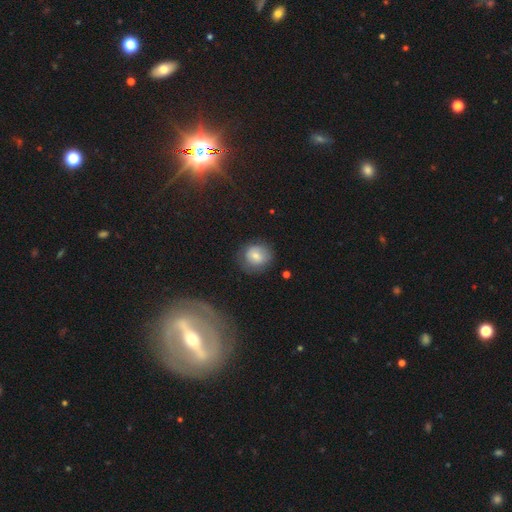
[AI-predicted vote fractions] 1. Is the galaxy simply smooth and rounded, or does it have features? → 69% smooth, 22% featured or disk, 10% star or artifact.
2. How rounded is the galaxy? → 80% round, 19% in between, 1% cigar-shaped.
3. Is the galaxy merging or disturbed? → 72% none, 19% minor disturbance, 7% major disturbance, 2% merger.